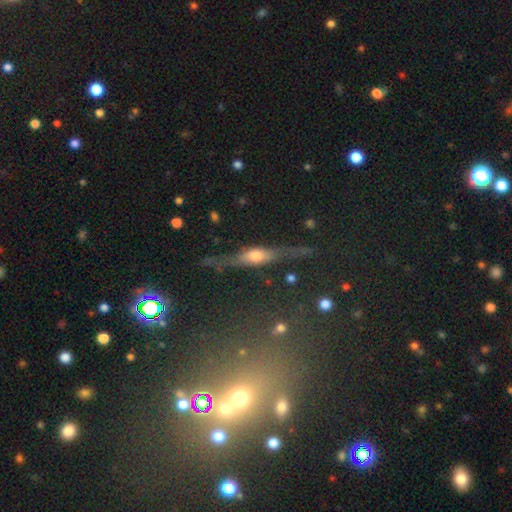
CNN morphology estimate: This appears to be a featured or disk galaxy (60%) viewed edge-on (82%). Merging: none (67%).